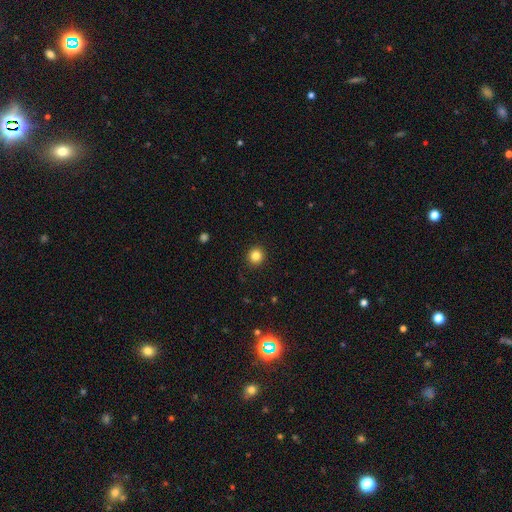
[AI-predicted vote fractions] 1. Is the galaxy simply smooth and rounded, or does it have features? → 84% smooth, 12% star or artifact, 5% featured or disk.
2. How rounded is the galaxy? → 93% round, 6% in between, 1% cigar-shaped.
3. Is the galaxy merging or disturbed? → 92% none, 5% minor disturbance, 2% major disturbance, 1% merger.